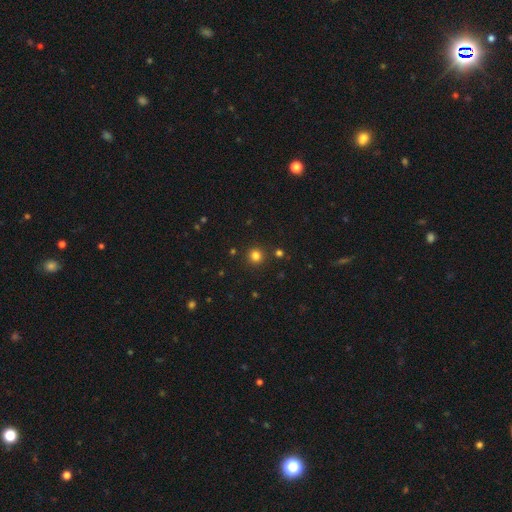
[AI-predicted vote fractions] A smooth galaxy with no disk features (80%) that is round (95%).

Vote fractions:
- Smooth or featured? smooth: 80% / star or artifact: 15% / featured or disk: 4%
- How rounded? round: 95% / in between: 4% / cigar-shaped: 1%
- Merging? none: 90% / minor disturbance: 5% / merger: 3% / major disturbance: 2%